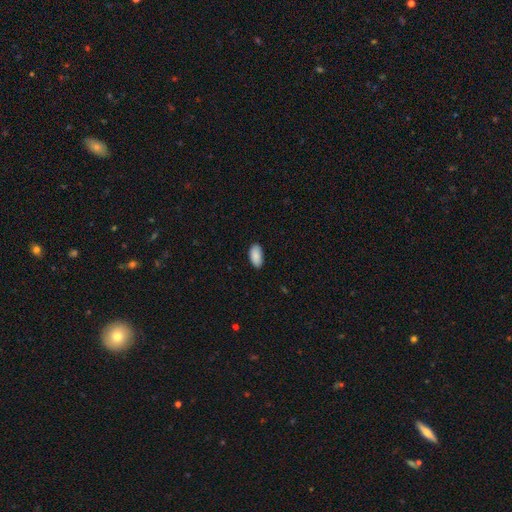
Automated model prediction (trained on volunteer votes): smooth 90%, star or artifact 6%, featured or disk 4%. Down the decision tree: how rounded — in between (94%); merging — none (87%).